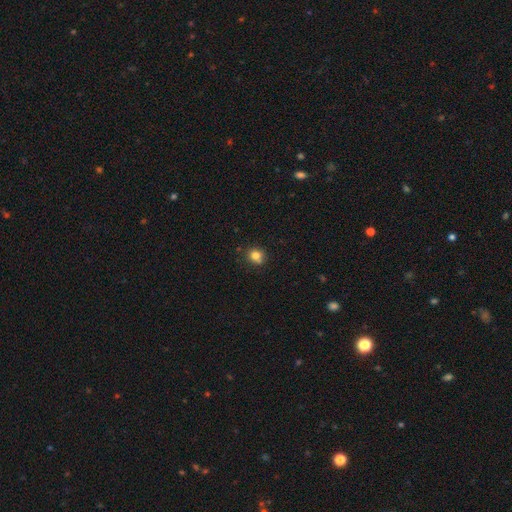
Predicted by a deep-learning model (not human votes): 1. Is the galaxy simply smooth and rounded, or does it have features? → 80% smooth, 12% star or artifact, 8% featured or disk.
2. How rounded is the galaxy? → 79% round, 20% in between, 1% cigar-shaped.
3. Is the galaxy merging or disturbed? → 74% none, 15% minor disturbance, 8% merger, 3% major disturbance.